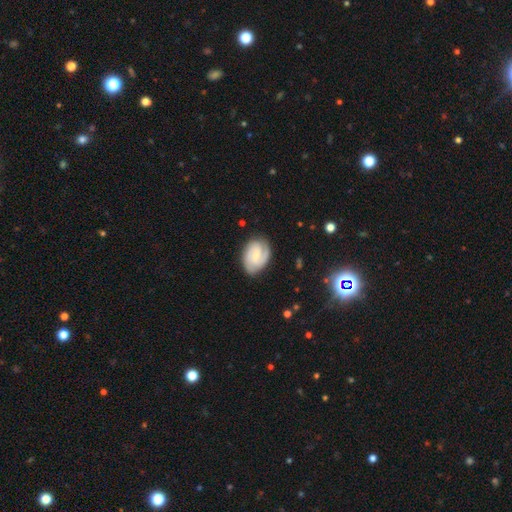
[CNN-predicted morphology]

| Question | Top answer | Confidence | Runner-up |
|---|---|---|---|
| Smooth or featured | featured or disk | 76% | smooth (18%) |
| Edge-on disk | no | 98% | yes (2%) |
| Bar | no | 49% | weak (43%) |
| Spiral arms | yes | 95% | no (5%) |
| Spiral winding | tight | 53% | medium (37%) |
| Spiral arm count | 2 | 60% | can't tell (15%) |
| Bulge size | small | 64% | moderate (25%) |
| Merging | none | 76% | minor disturbance (18%) |